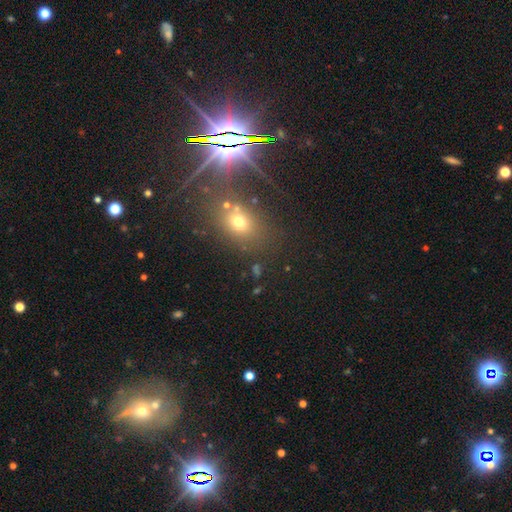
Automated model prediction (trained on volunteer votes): smooth-or-featured: star or artifact: 53% | smooth: 29% | featured or disk: 18%